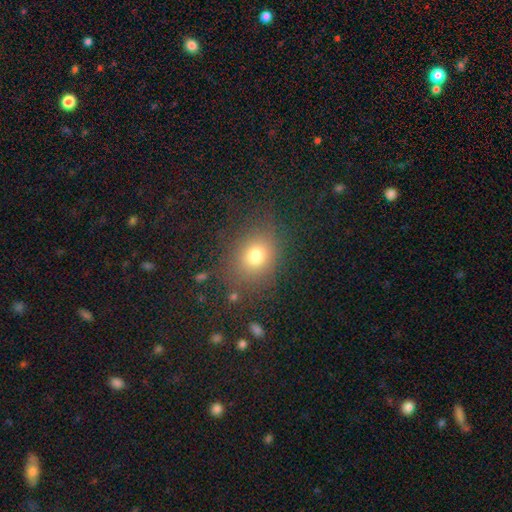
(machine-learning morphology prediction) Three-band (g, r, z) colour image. It shows a smooth galaxy with no disk features (77%) that is round (54%). Merging: none (78%).